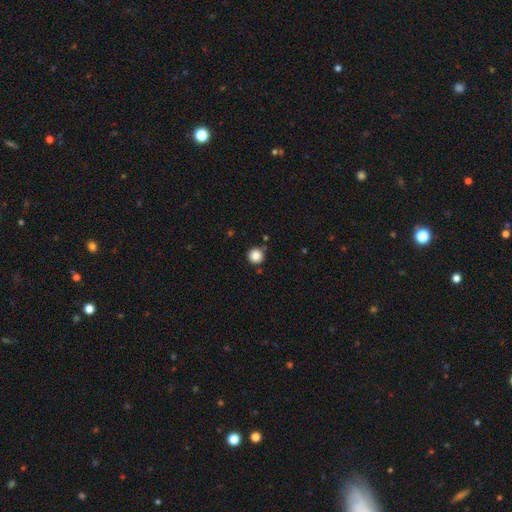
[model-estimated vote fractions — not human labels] This appears to be a smooth galaxy with no disk features (86%) that is round (96%). Merging: none (86%).